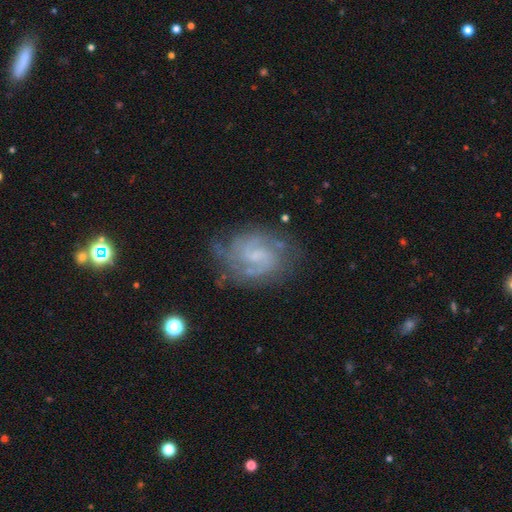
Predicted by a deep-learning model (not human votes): This appears to be a featured or disk galaxy (82%) with a weak bar (54%), 2 (64%) medium (46%) spiral arms (94%) and a small central bulge (47%). Merging: none (69%).